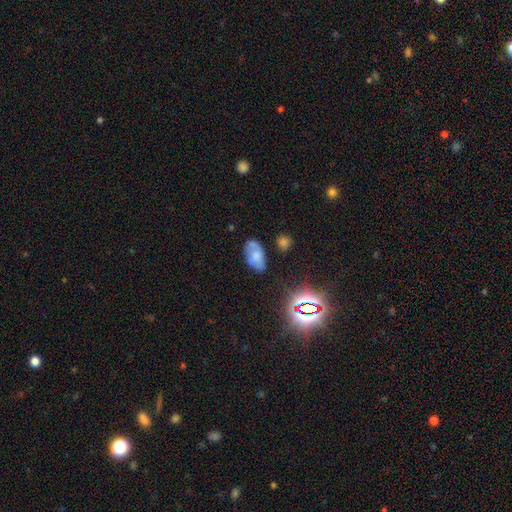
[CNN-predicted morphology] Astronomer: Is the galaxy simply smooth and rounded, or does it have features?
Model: smooth — 59%.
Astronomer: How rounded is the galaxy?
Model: in between — 91%.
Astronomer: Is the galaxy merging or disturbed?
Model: none — 62%.